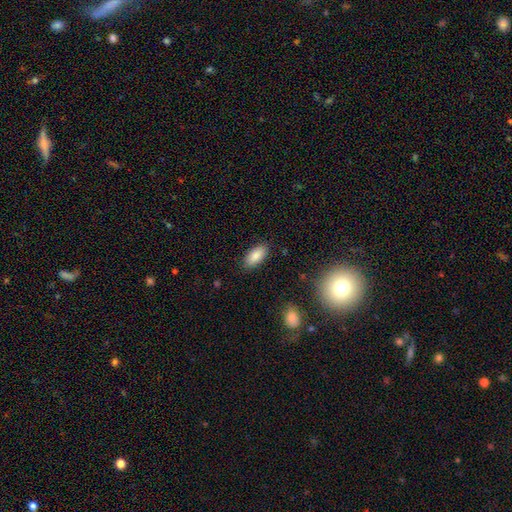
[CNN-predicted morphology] A smooth galaxy with no disk features (86%) that is in between round and cigar-shaped (90%).

Vote fractions:
- Smooth or featured? smooth: 86% / star or artifact: 7% / featured or disk: 6%
- How rounded? in between: 90% / cigar-shaped: 8% / round: 2%
- Merging? none: 86% / minor disturbance: 10% / major disturbance: 2% / merger: 1%